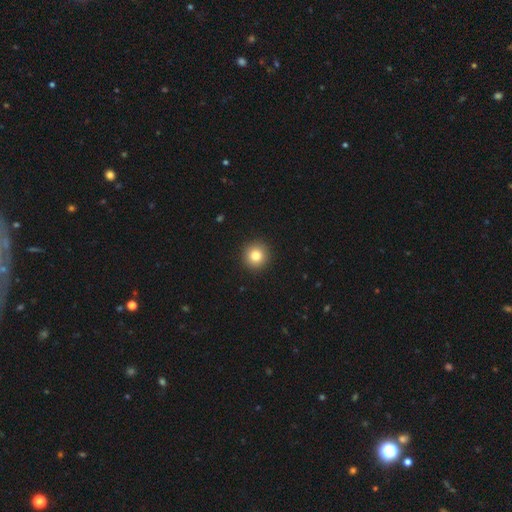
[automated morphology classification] type=smooth (81%); roundness=round (95%); merging=none (93%).